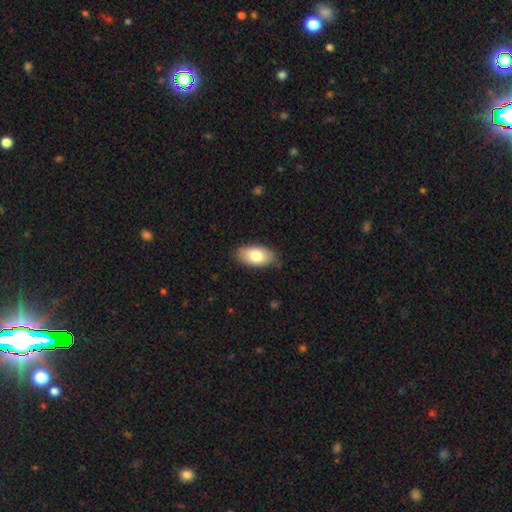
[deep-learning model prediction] This appears to be a smooth galaxy with no disk features (78%) that is in between round and cigar-shaped (93%). Merging: none (82%).